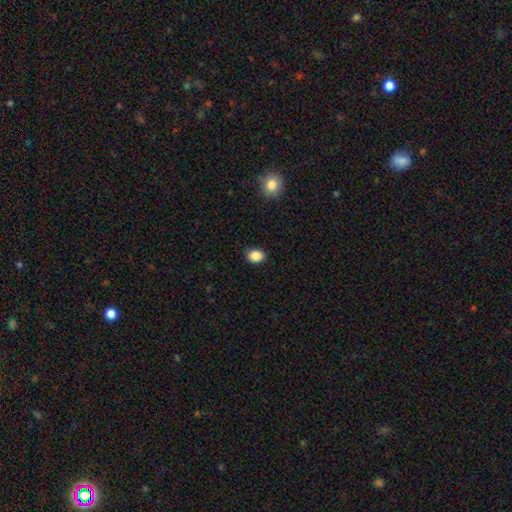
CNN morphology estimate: Smooth or featured? Predicted: smooth (p=0.87). How rounded? Predicted: in between (p=0.64). Merging? Predicted: none (p=0.90).